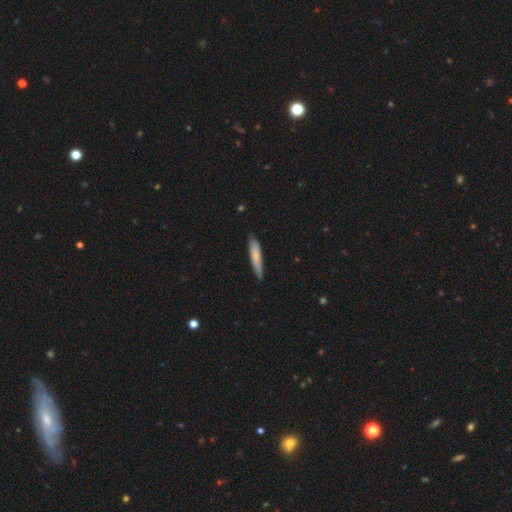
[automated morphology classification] smooth_or_featured: smooth (p=0.70) [alt: featured or disk p=0.25]
how_rounded: cigar-shaped (p=0.89) [alt: in between p=0.10]
merging: none (p=0.82) [alt: minor disturbance p=0.15]